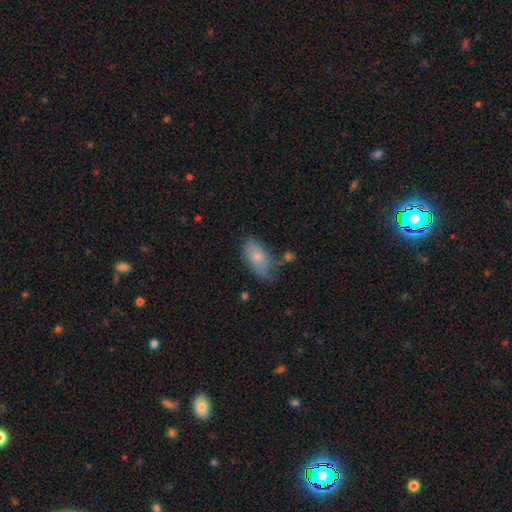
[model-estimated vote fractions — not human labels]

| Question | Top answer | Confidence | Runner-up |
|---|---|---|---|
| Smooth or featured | smooth | 61% | featured or disk (30%) |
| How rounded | in between | 89% | cigar-shaped (7%) |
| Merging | none | 55% | minor disturbance (29%) |